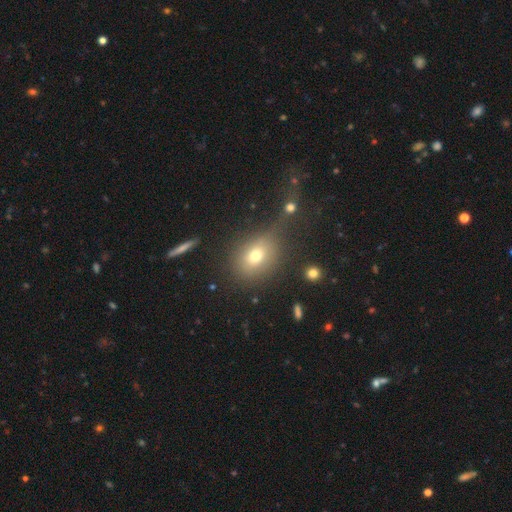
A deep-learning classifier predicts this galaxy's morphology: Q: Smooth or featured?
A: smooth (70%); runner-up: star or artifact (16%)
Q: How rounded?
A: round (51%); runner-up: in between (47%)
Q: Merging?
A: none (64%); runner-up: minor disturbance (15%)